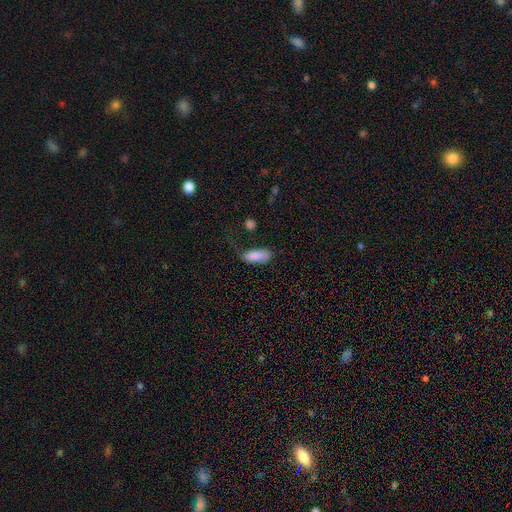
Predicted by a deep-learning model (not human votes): Q: Smooth or featured?
A: smooth (83%); runner-up: featured or disk (9%)
Q: How rounded?
A: in between (85%); runner-up: cigar-shaped (13%)
Q: Merging?
A: none (37%); runner-up: minor disturbance (31%)